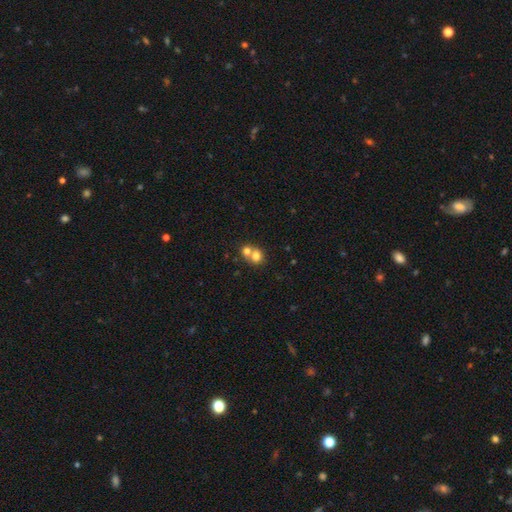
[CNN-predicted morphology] Smooth or featured: smooth — 75% (featured or disk — 15%)
How rounded: round — 74% (in between — 25%)
Merging: merger — 64% (none — 29%)